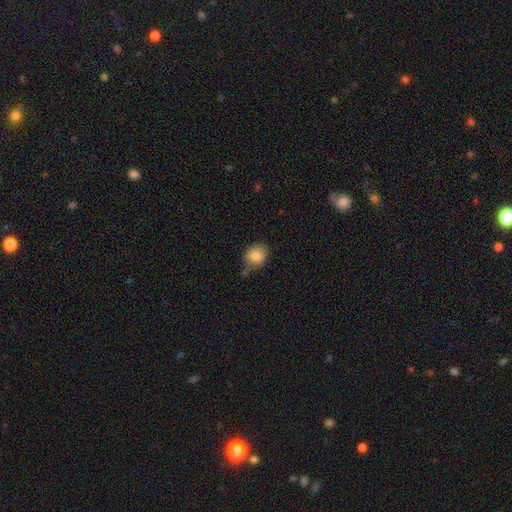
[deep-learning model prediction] This is clearly a smooth galaxy (82%). How rounded: likely round (62%). Merging: likely none (62%).